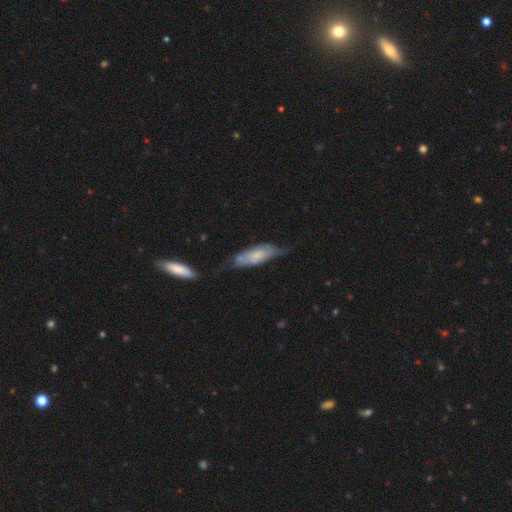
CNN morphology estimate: This appears to be a smooth galaxy with no disk features (53%) that is in between round and cigar-shaped (54%). Merging: none (42%).